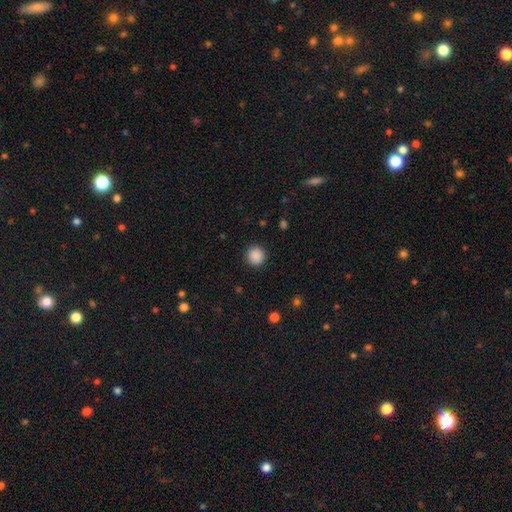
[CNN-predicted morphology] smooth 89%, star or artifact 9%, featured or disk 2%. Down the decision tree: how rounded — round (94%); merging — none (91%).